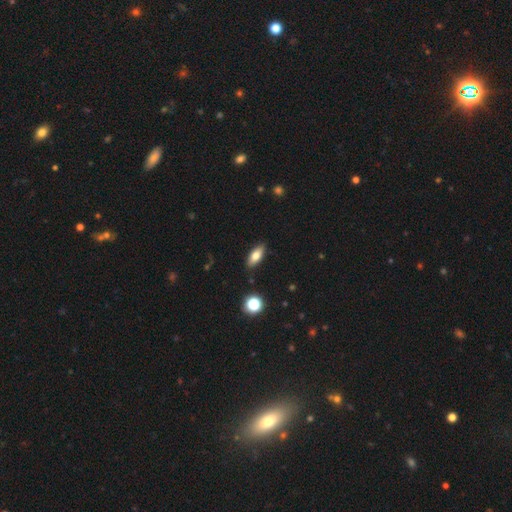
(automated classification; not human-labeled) The model was most divided on "how rounded": in between: 77%, cigar-shaped: 20%, round: 4%. More confident: merging — none (88%); smooth or featured — smooth (75%).